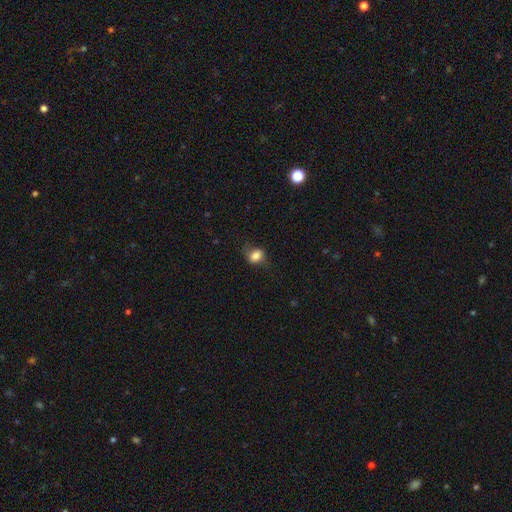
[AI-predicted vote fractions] smooth-or-featured: smooth: 78% | featured or disk: 12% | star or artifact: 10%
  how-rounded: in between: 55% | round: 44% | cigar-shaped: 1%
  merging: none: 63% | minor disturbance: 25% | major disturbance: 11% | merger: 1%